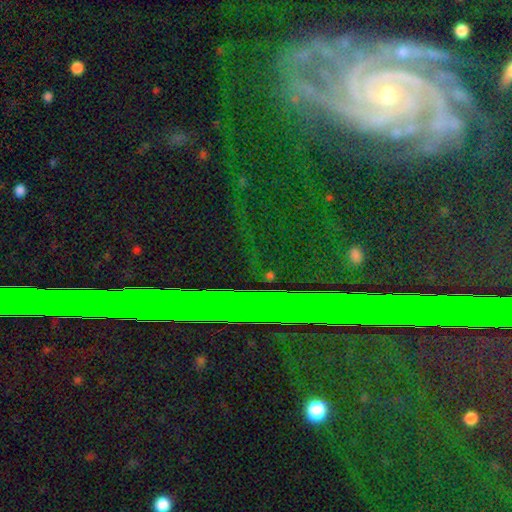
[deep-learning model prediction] star or artifact 70%, featured or disk 19%, smooth 12%.